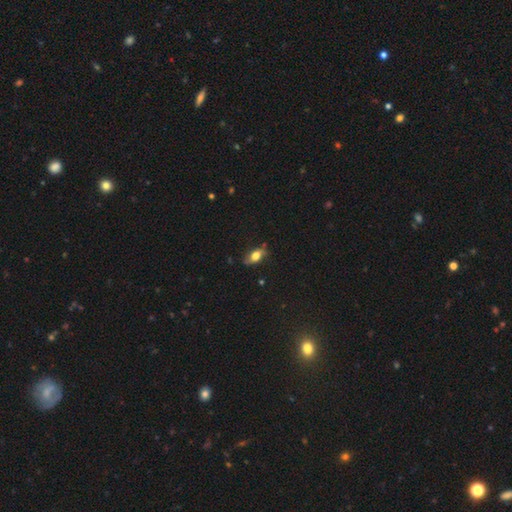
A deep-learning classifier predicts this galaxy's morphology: The model was most divided on "smooth or featured": smooth: 65%, featured or disk: 26%, star or artifact: 9%. More confident: how rounded — in between (81%); merging — none (73%).